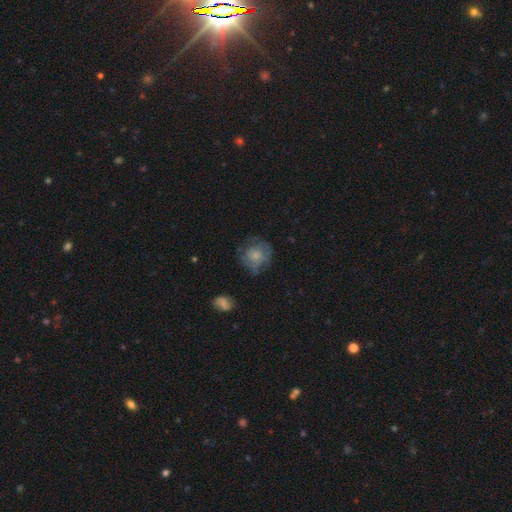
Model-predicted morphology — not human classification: A smooth galaxy with no disk features (59%) that is round (83%).

Vote fractions:
- Smooth or featured? smooth: 59% / featured or disk: 33% / star or artifact: 8%
- How rounded? round: 83% / in between: 16% / cigar-shaped: 1%
- Merging? none: 60% / minor disturbance: 24% / major disturbance: 14% / merger: 2%